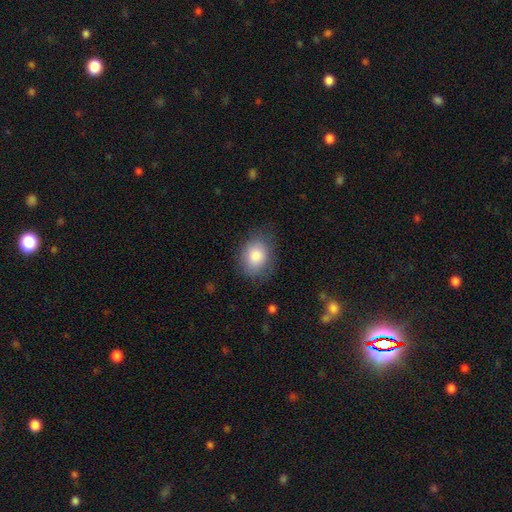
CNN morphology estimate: This appears to be a smooth galaxy with no disk features (85%) that is in between round and cigar-shaped (62%). Merging: none (76%).